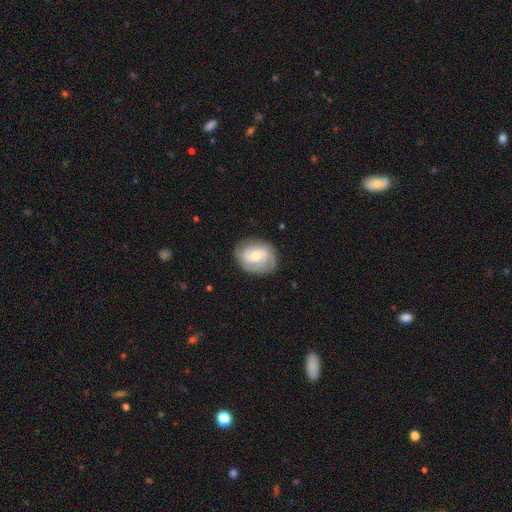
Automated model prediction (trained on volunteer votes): A featured or disk galaxy (76%) with no bar (49%), 2 (40%) tight (50%) spiral arms (93%) and a moderate central bulge (59%). Merging: none (77%).